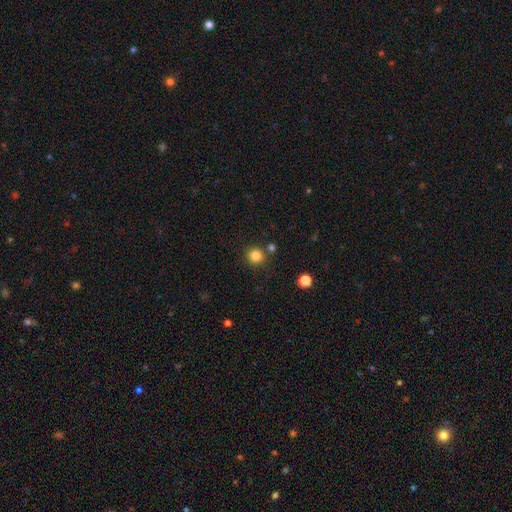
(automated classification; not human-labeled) smooth-or-featured: smooth: 83% | star or artifact: 13% | featured or disk: 4%
  how-rounded: round: 92% | in between: 7% | cigar-shaped: 1%
  merging: none: 83% | minor disturbance: 7% | merger: 7% | major disturbance: 3%